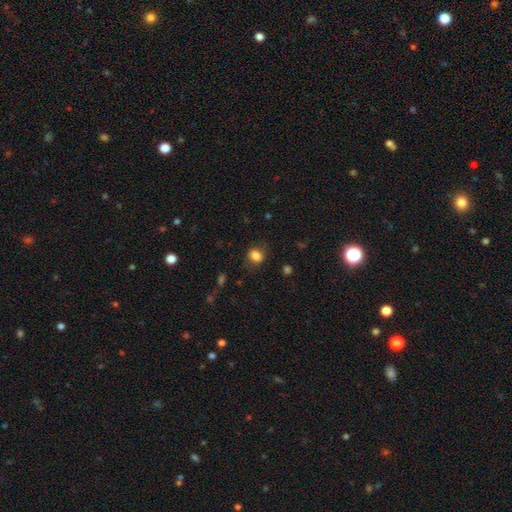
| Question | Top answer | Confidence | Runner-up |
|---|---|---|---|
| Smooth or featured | smooth | 90% | featured or disk (8%) |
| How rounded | in between | 60% | round (40%) |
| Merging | none | 76% | minor disturbance (21%) |